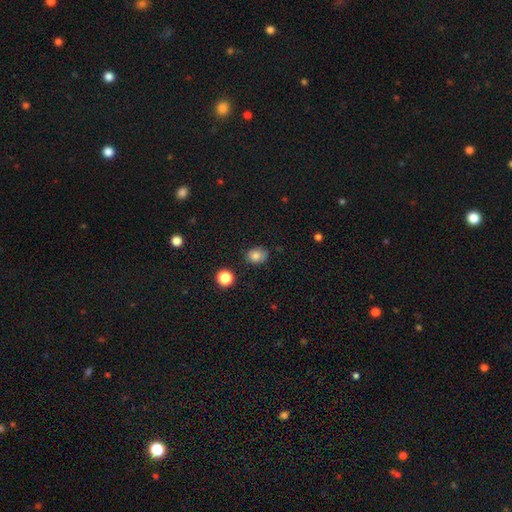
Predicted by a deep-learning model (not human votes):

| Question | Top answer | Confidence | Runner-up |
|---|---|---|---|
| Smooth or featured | smooth | 82% | star or artifact (11%) |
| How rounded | round | 51% | in between (48%) |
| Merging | none | 76% | minor disturbance (18%) |